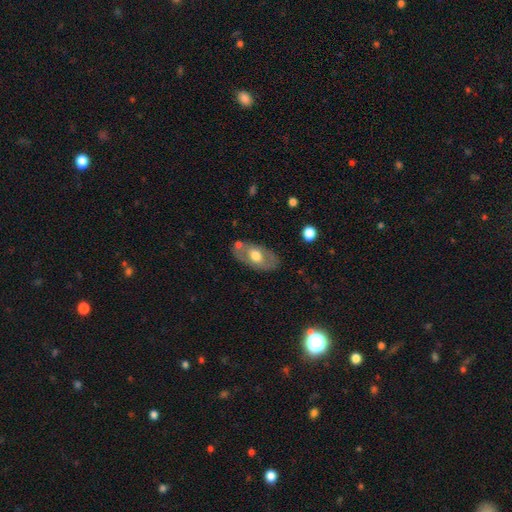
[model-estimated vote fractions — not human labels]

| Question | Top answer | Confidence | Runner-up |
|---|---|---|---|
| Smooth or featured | smooth | 50% | featured or disk (44%) |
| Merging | none | 72% | minor disturbance (16%) |